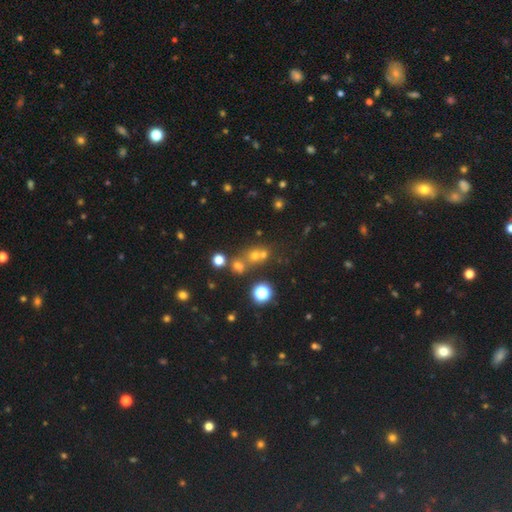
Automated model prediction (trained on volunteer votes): Q: Smooth or featured?
A: smooth (47%); runner-up: star or artifact (41%)
Q: Merging?
A: none (56%); runner-up: merger (32%)